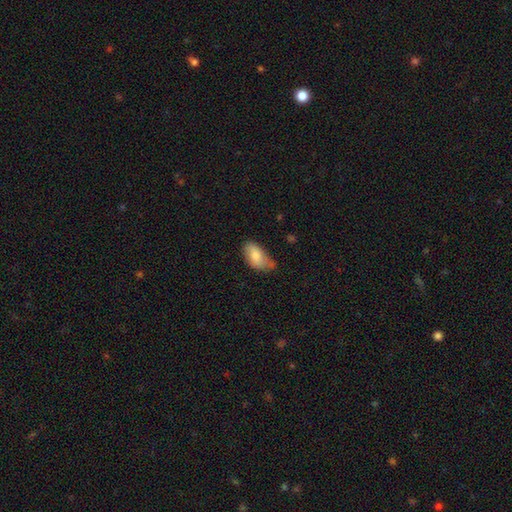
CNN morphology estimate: type=smooth (81%); roundness=in between (93%); merging=none (58%).